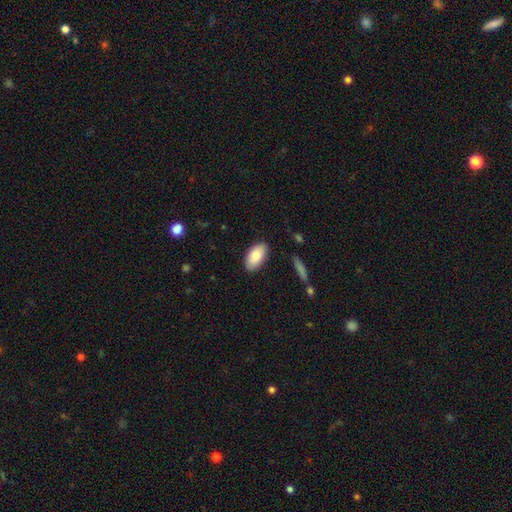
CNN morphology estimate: The model was most divided on "smooth or featured": smooth: 84%, featured or disk: 10%, star or artifact: 6%. More confident: how rounded — in between (95%); merging — none (86%).